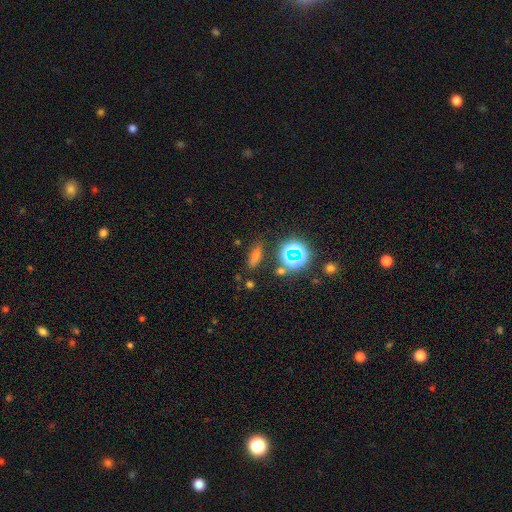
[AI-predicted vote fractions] Smooth or featured: smooth — 47% (star or artifact — 34%)
Merging: none — 81% (minor disturbance — 10%)